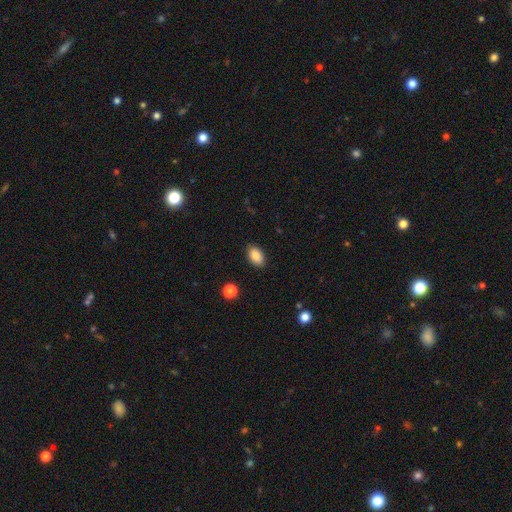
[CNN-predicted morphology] A smooth galaxy with no disk features (87%) that is in between round and cigar-shaped (91%).

Vote fractions:
- Smooth or featured? smooth: 87% / star or artifact: 8% / featured or disk: 5%
- How rounded? in between: 91% / round: 7% / cigar-shaped: 2%
- Merging? none: 88% / minor disturbance: 9% / major disturbance: 2% / merger: 1%